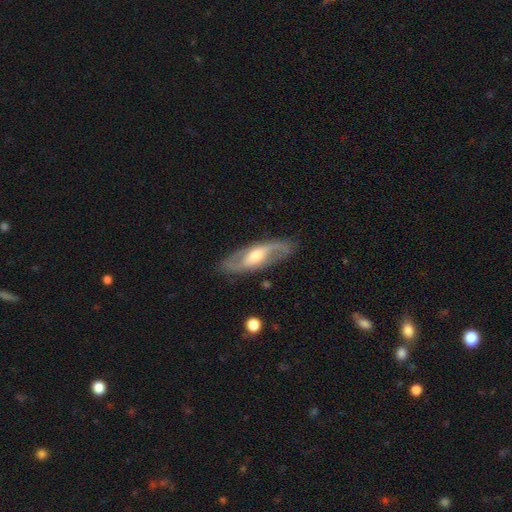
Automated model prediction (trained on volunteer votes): Smooth or featured? Predicted: featured or disk (p=0.81). Edge-on disk? Predicted: no (p=0.87). Bar? Predicted: weak (p=0.44). Spiral arms? Predicted: yes (p=0.90). Spiral winding? Predicted: loose (p=0.44). Spiral arm count? Predicted: 2 (p=0.89). Bulge size? Predicted: moderate (p=0.63). Merging? Predicted: none (p=0.83).